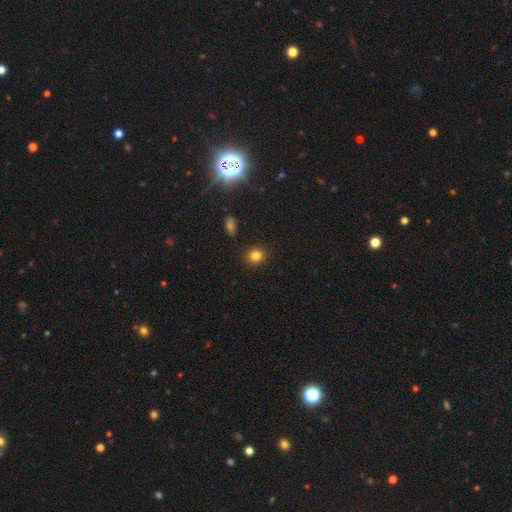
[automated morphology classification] Overall: smooth (82%). How rounded: round (87%). Merging: none (91%).